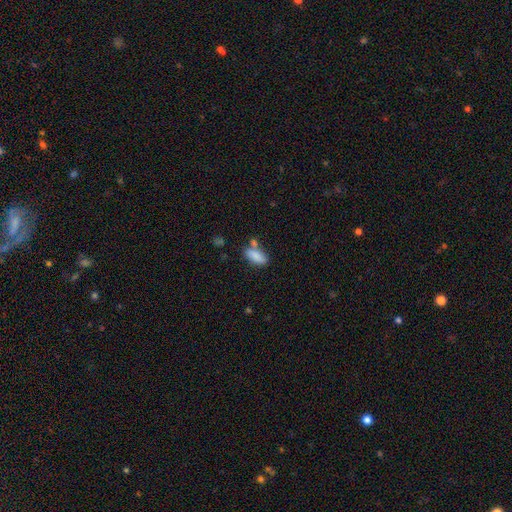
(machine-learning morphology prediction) Smooth or featured? smooth (85%)
How rounded? in between (83%)
Merging? none (59%)